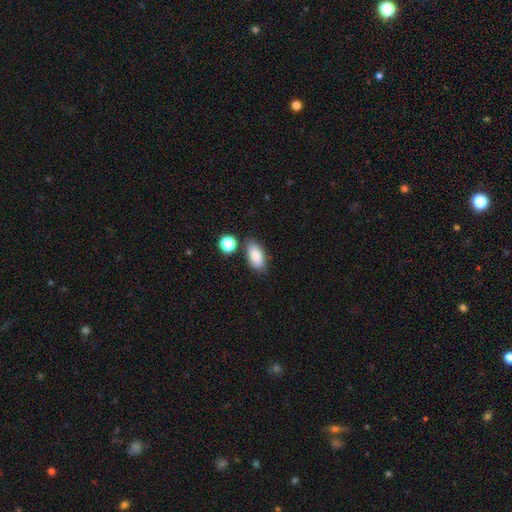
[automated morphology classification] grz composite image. It shows a smooth galaxy with no disk features (83%) that is in between round and cigar-shaped (90%). Merging: none (77%).